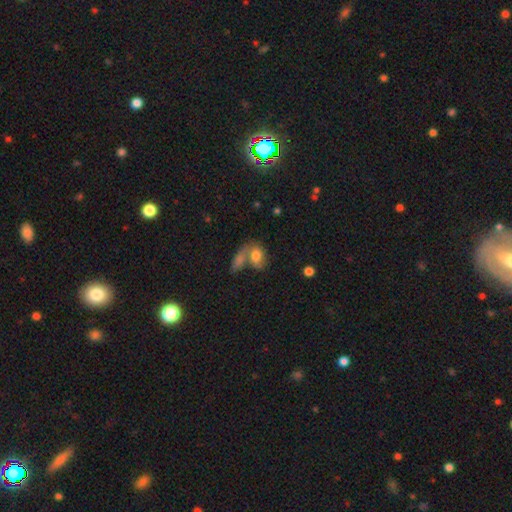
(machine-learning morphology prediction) This is likely a smooth galaxy (70%). How rounded: likely in between (74%). Merging: possibly merger (54%).